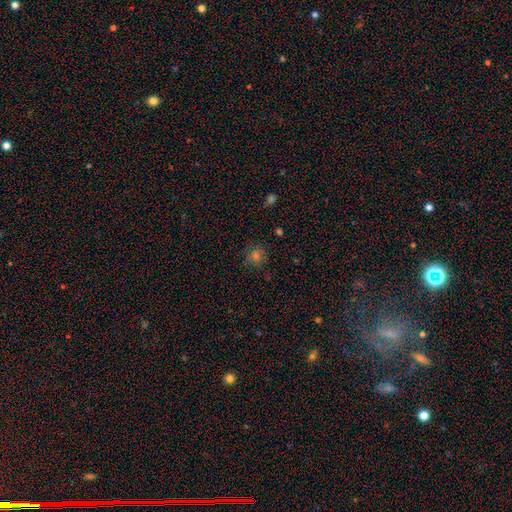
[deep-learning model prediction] This is possibly a smooth galaxy (51%). How rounded: clearly round (86%). Merging: clearly none (81%).